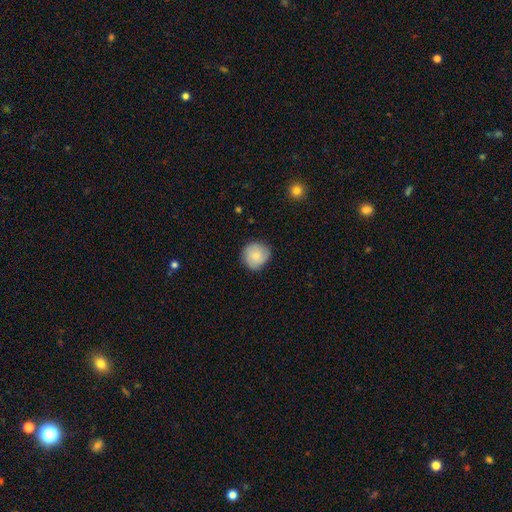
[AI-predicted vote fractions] A smooth galaxy with no disk features (72%) that is round (90%).

Vote fractions:
- Smooth or featured? smooth: 72% / featured or disk: 21% / star or artifact: 7%
- How rounded? round: 90% / in between: 9% / cigar-shaped: 1%
- Merging? none: 81% / minor disturbance: 15% / major disturbance: 3% / merger: 1%